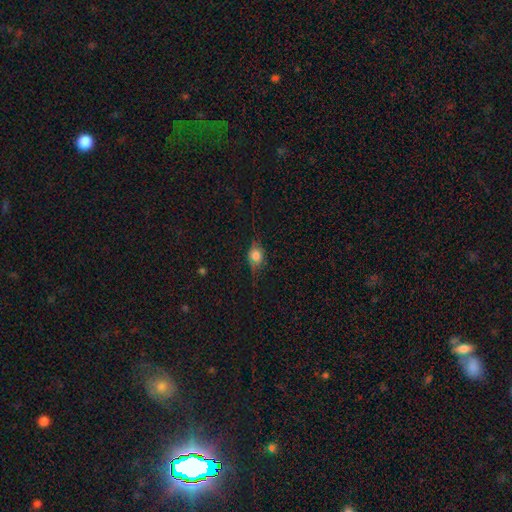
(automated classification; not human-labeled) smooth_or_featured: smooth (p=0.65) [alt: featured or disk p=0.20]
how_rounded: in between (p=0.56) [alt: round p=0.39]
merging: none (p=0.71) [alt: minor disturbance p=0.22]